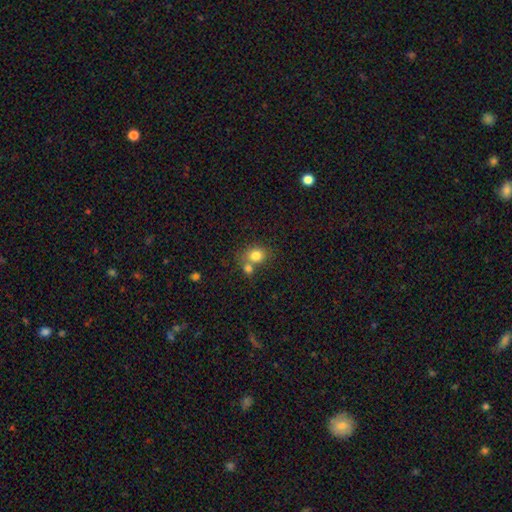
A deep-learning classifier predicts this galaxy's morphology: A smooth galaxy with no disk features (81%) that is round (68%).

Vote fractions:
- Smooth or featured? smooth: 81% / star or artifact: 11% / featured or disk: 9%
- How rounded? round: 68% / in between: 31% / cigar-shaped: 1%
- Merging? none: 49% / merger: 38% / minor disturbance: 9% / major disturbance: 4%